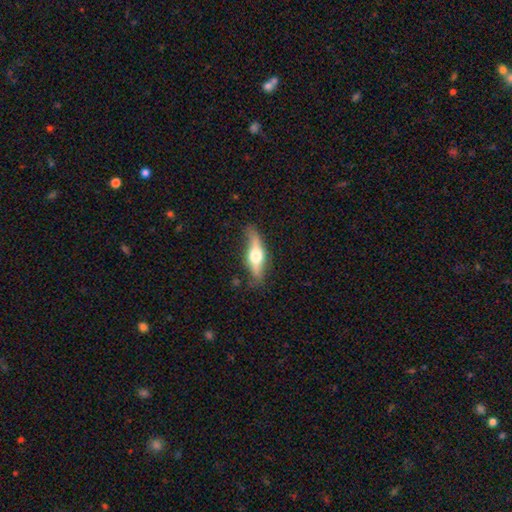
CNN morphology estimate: type=featured or disk (60%); edge-on=yes (89%); edge-on bulge=rounded (94%); merging=none (78%).